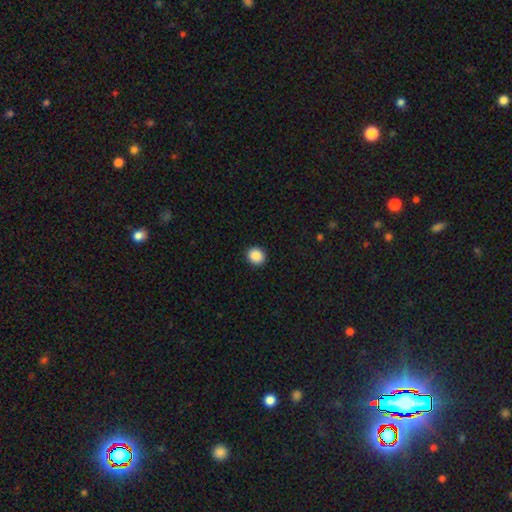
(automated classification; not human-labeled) smooth_or_featured: smooth (p=0.88) [alt: star or artifact p=0.09]
how_rounded: round (p=0.81) [alt: in between p=0.18]
merging: none (p=0.93) [alt: minor disturbance p=0.05]